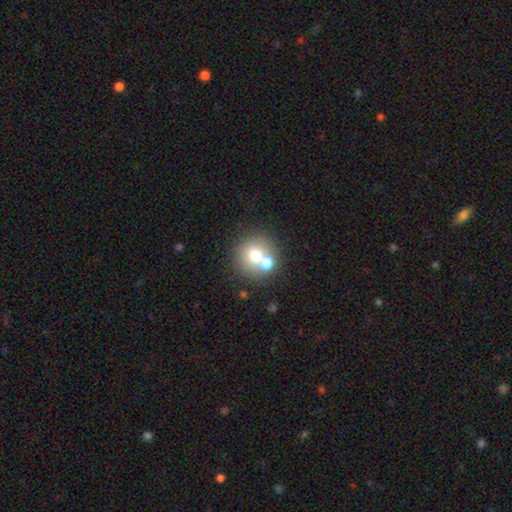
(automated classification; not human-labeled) smooth-or-featured: smooth: 68% | featured or disk: 18% | star or artifact: 14%
  how-rounded: round: 90% | in between: 9% | cigar-shaped: 1%
  merging: none: 55% | merger: 34% | minor disturbance: 7% | major disturbance: 3%